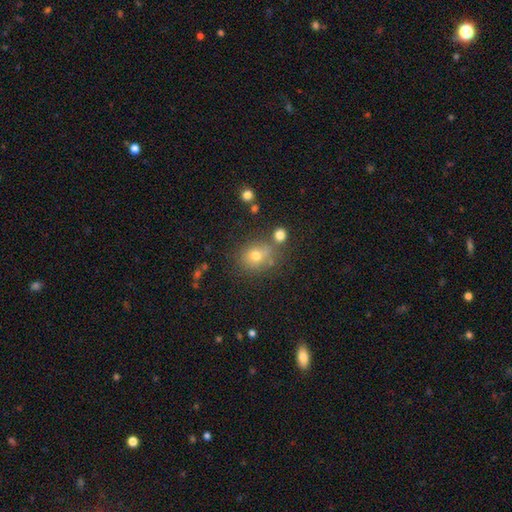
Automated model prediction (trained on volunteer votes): Smooth or featured? Predicted: smooth (p=0.72). How rounded? Predicted: round (p=0.74). Merging? Predicted: none (p=0.65).